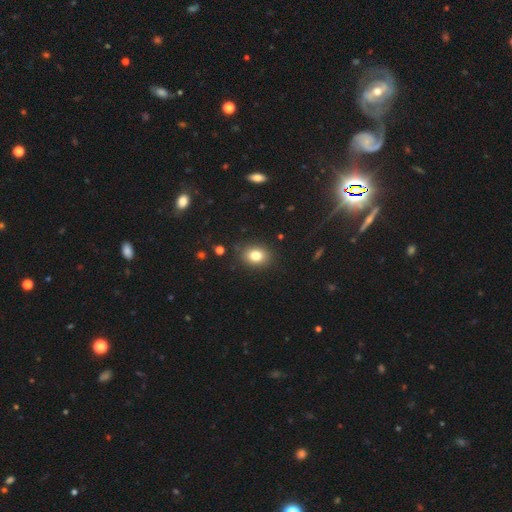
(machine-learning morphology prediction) type=smooth (81%); roundness=in between (58%); merging=none (87%).